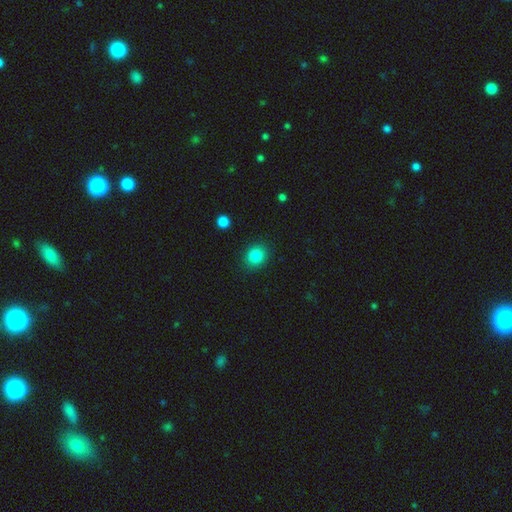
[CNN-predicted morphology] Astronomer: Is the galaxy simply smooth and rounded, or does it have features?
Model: smooth — 85%.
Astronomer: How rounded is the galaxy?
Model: round — 67%.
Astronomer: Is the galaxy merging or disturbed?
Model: none — 89%.